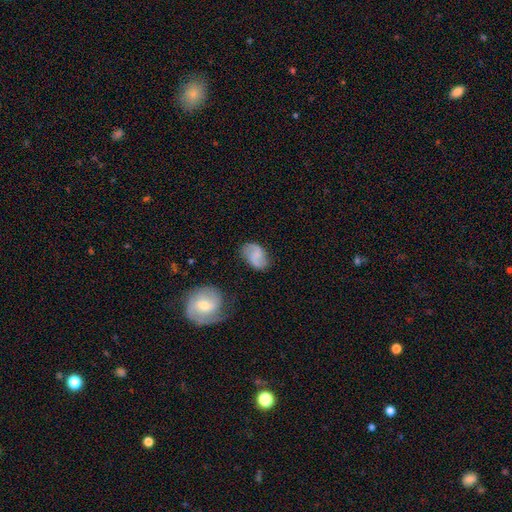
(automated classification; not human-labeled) This appears to be a featured or disk galaxy (56%) with a weak bar (44%), spiral arms (90%) and no central bulge (49%). Merging: none (72%).